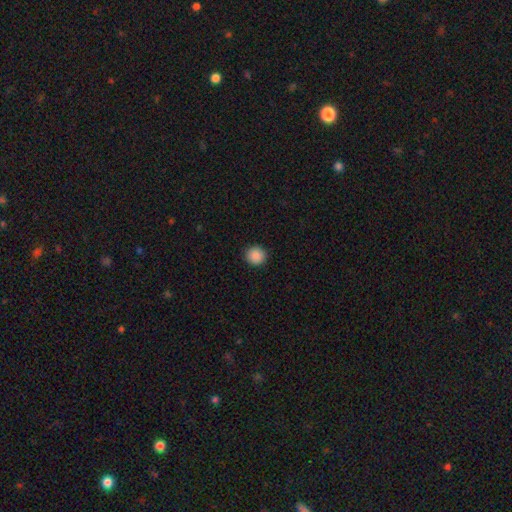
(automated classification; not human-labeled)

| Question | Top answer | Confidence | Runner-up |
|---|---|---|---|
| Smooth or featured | smooth | 88% | star or artifact (9%) |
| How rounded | round | 93% | in between (6%) |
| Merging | none | 92% | minor disturbance (5%) |